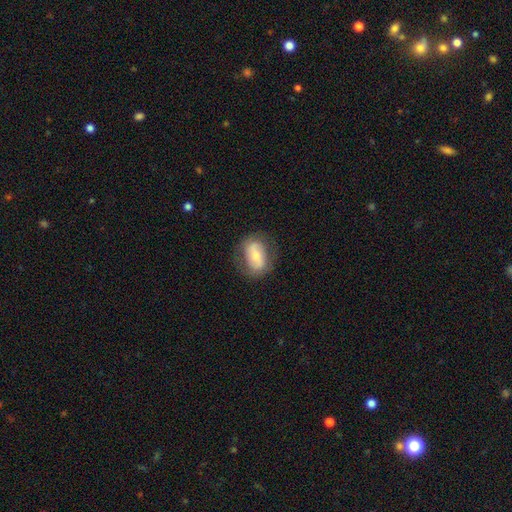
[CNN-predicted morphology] A smooth galaxy with no disk features (51%) that is in between round and cigar-shaped (75%). Merging: none (76%).